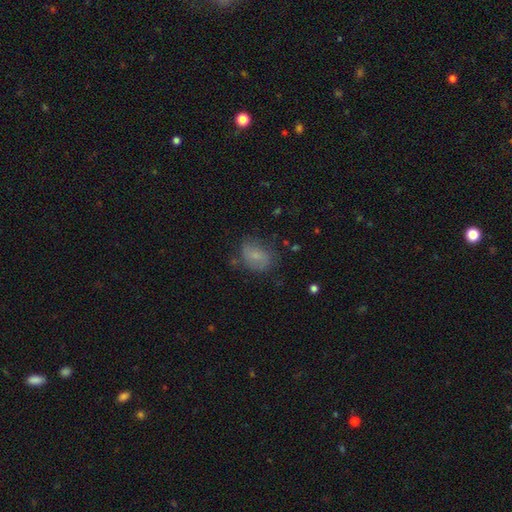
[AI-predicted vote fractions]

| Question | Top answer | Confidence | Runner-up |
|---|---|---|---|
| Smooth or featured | smooth | 65% | featured or disk (25%) |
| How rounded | in between | 64% | round (34%) |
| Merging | none | 64% | minor disturbance (24%) |